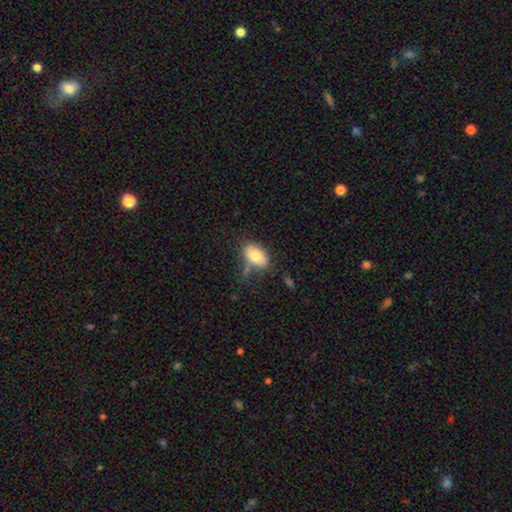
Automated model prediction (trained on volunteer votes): smooth_or_featured: smooth (p=0.75) [alt: featured or disk p=0.18]
how_rounded: in between (p=0.89) [alt: round p=0.10]
merging: none (p=0.62) [alt: minor disturbance p=0.22]